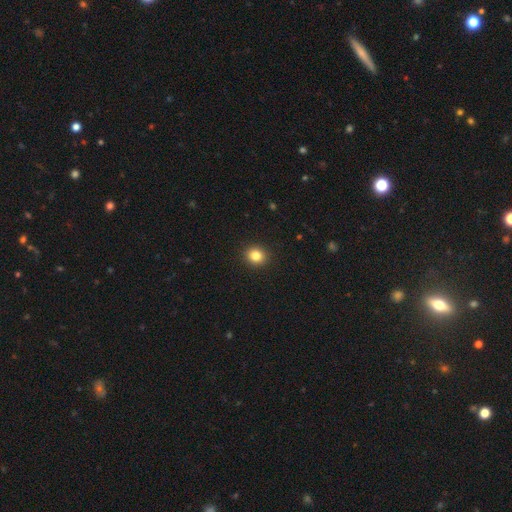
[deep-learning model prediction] Morphology: type=smooth (83%); roundness=round (79%); merging=none (92%).